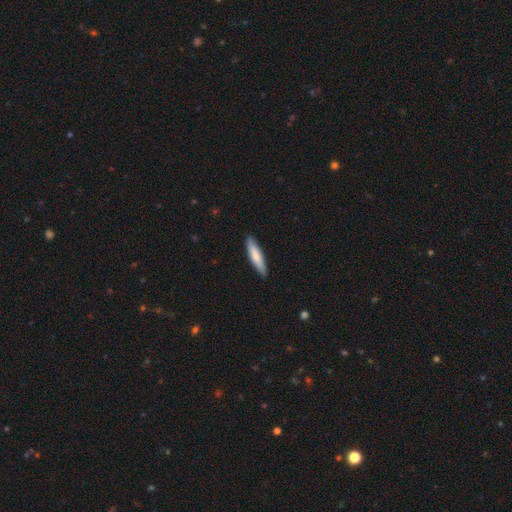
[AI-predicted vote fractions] This appears to be a smooth galaxy with no disk features (78%) that is cigar-shaped (80%). Merging: none (87%).